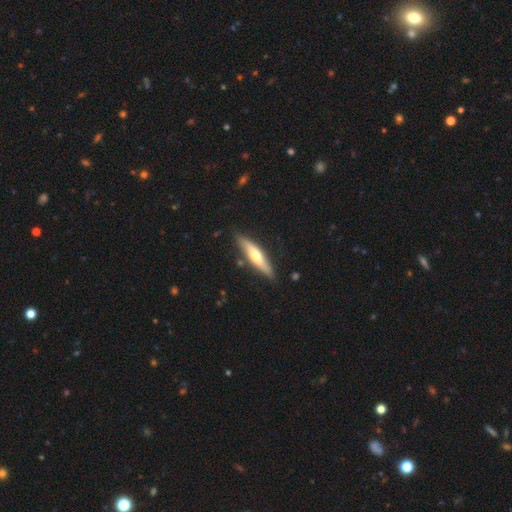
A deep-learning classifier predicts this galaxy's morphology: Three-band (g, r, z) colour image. It shows a smooth galaxy with no disk features (48%). Merging: none (82%).